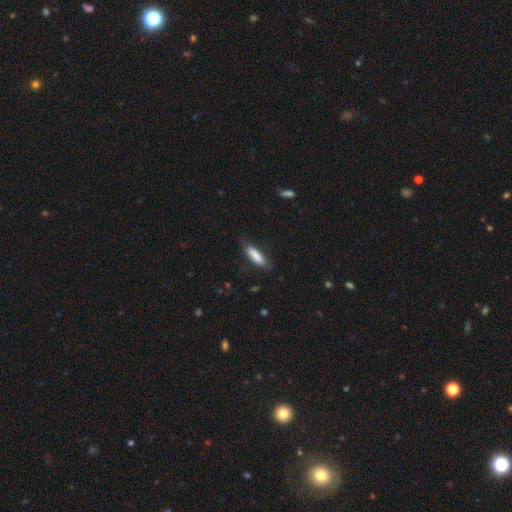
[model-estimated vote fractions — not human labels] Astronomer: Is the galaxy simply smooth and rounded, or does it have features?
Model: smooth — 85%.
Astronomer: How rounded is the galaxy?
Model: cigar-shaped — 53% (runner-up: in between, 46%).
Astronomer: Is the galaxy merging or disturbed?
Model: none — 78%.